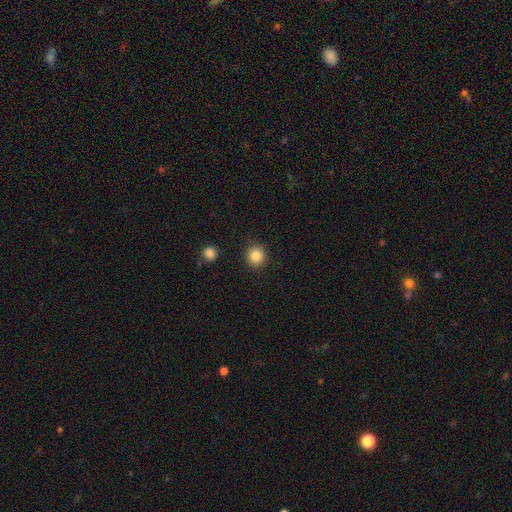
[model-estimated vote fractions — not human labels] smooth_or_featured: smooth (p=0.85) [alt: star or artifact p=0.10]
how_rounded: round (p=0.92) [alt: in between p=0.07]
merging: none (p=0.91) [alt: minor disturbance p=0.05]